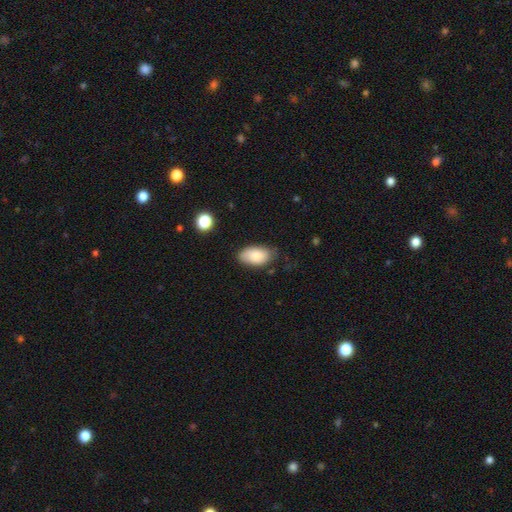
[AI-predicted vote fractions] smooth-or-featured: smooth: 79% | featured or disk: 14% | star or artifact: 7%
  how-rounded: in between: 94% | round: 4% | cigar-shaped: 2%
  merging: none: 69% | minor disturbance: 25% | major disturbance: 5% | merger: 2%